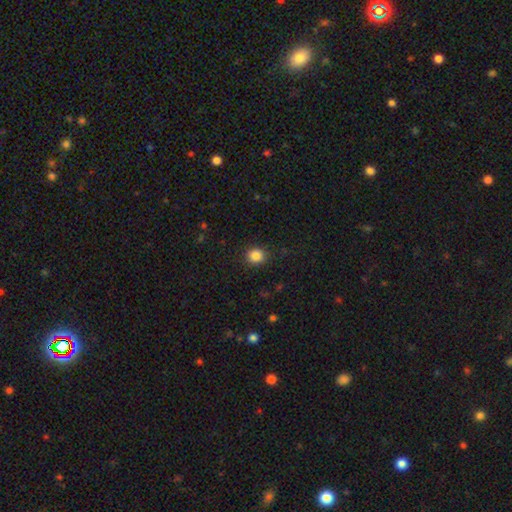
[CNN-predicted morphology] This appears to be a smooth galaxy with no disk features (86%) that is round (75%). Merging: none (87%).